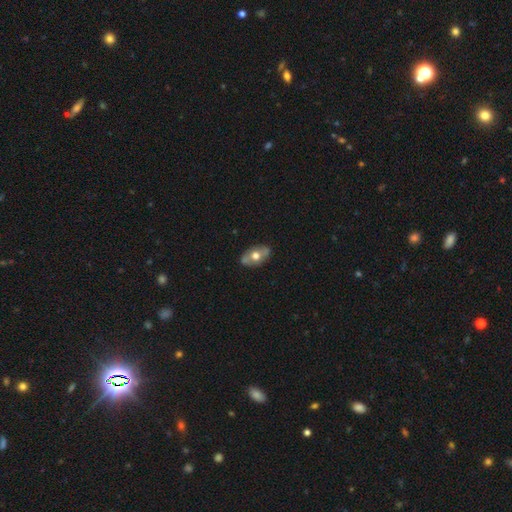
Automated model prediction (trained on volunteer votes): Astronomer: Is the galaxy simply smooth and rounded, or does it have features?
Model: featured or disk — 47%, tied with smooth at 47%.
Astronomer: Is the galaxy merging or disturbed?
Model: none — 78%.